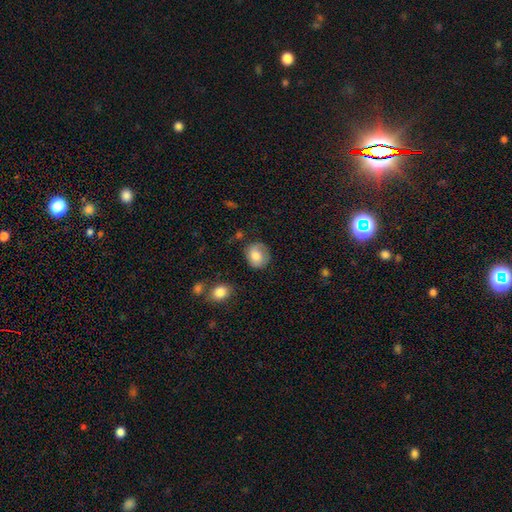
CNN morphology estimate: A smooth galaxy with no disk features (75%) that is round (70%). Merging: none (72%).